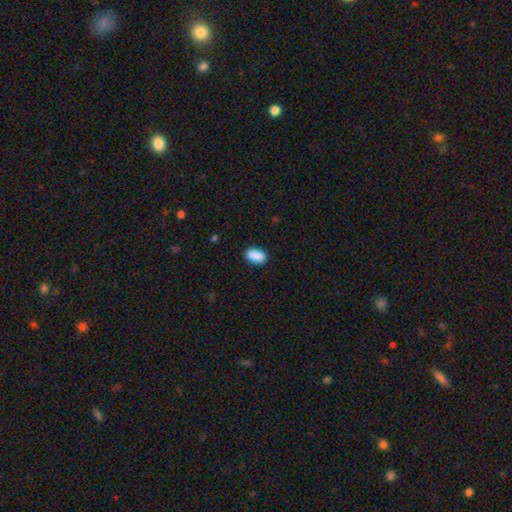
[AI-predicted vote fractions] Smooth or featured: smooth — 89% (star or artifact — 7%)
How rounded: in between — 92% (round — 5%)
Merging: none — 85% (minor disturbance — 11%)